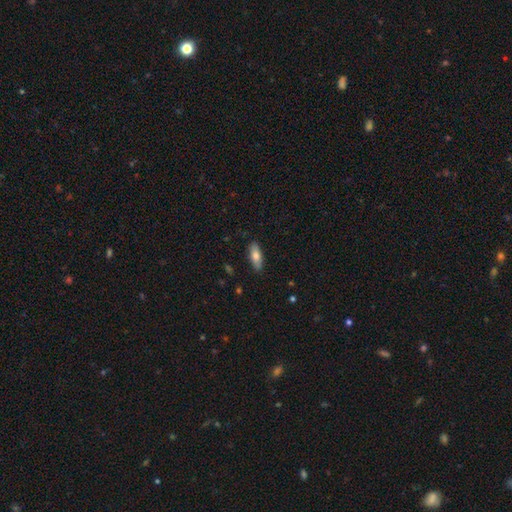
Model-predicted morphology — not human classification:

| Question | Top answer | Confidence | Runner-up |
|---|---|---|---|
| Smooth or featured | smooth | 72% | featured or disk (21%) |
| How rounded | in between | 66% | cigar-shaped (31%) |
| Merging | none | 87% | minor disturbance (10%) |